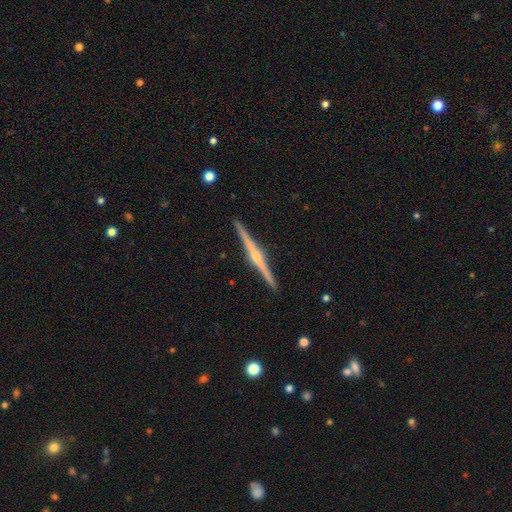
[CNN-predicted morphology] This appears to be a featured or disk galaxy (83%) viewed edge-on (99%) with a rounded central bulge (74%). Merging: none (93%).